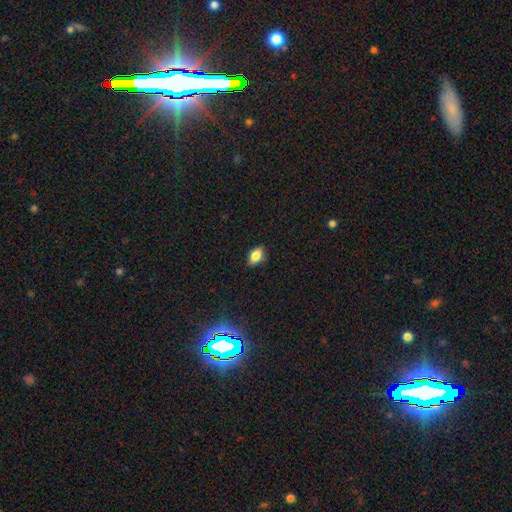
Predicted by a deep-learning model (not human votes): Smooth or featured? Predicted: smooth (p=0.80). How rounded? Predicted: in between (p=0.86). Merging? Predicted: none (p=0.81).